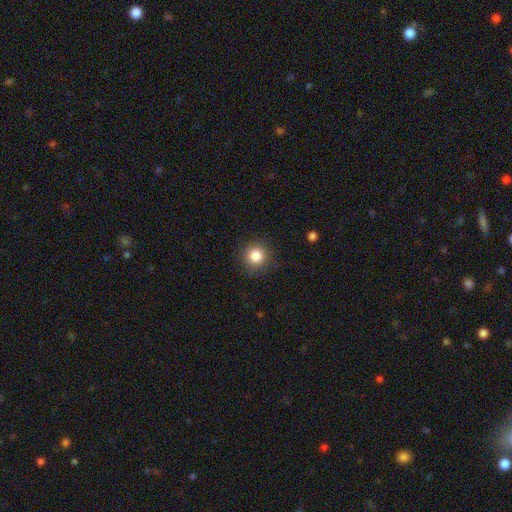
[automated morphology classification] Q: Smooth or featured?
A: smooth (84%); runner-up: star or artifact (11%)
Q: How rounded?
A: round (94%); runner-up: in between (5%)
Q: Merging?
A: none (90%); runner-up: minor disturbance (7%)